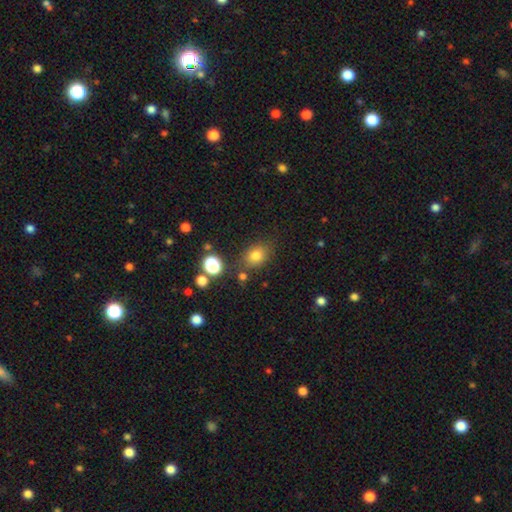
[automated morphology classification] Smooth or featured? Predicted: smooth (p=0.77). How rounded? Predicted: in between (p=0.57). Merging? Predicted: none (p=0.75).